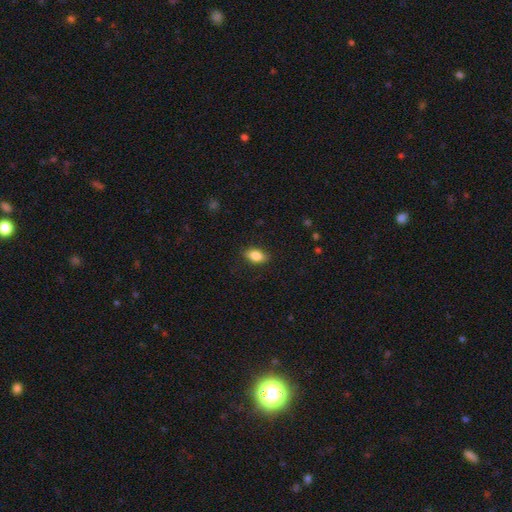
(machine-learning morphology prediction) Smooth or featured? Predicted: smooth (p=0.84). How rounded? Predicted: in between (p=0.88). Merging? Predicted: none (p=0.88).